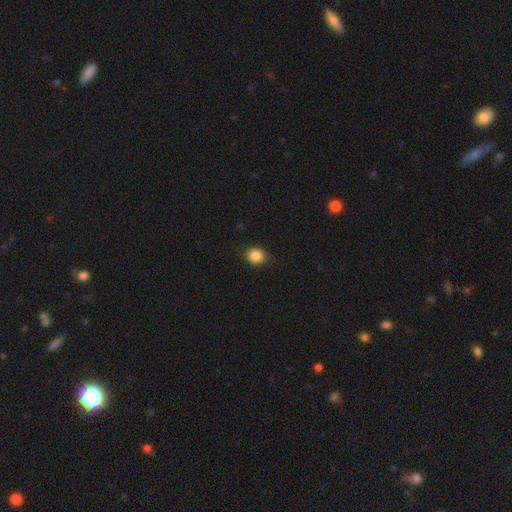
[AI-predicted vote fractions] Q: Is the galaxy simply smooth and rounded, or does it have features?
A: smooth — 86%.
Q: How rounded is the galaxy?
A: round — 80%.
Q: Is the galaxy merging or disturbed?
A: none — 87%.